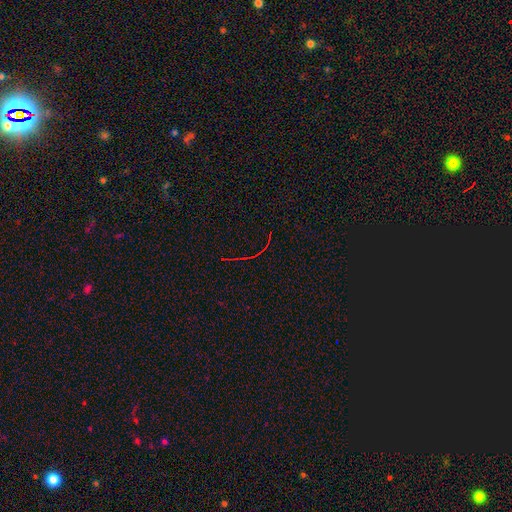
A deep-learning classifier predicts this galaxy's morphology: type=star or artifact (77%).